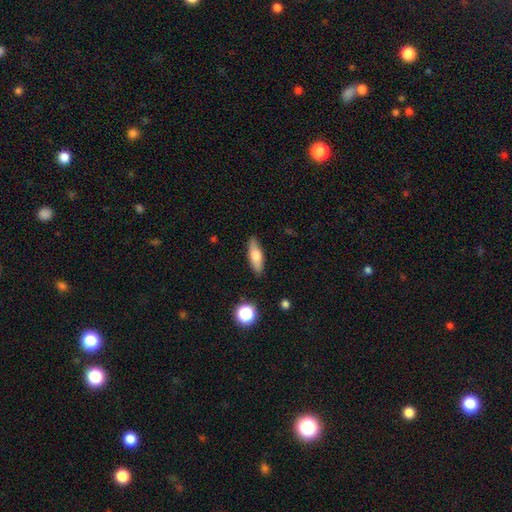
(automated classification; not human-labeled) Overall: smooth (66%; featured or disk 26%). How rounded: in between (53%; cigar-shaped 43%). Merging: none (86%).